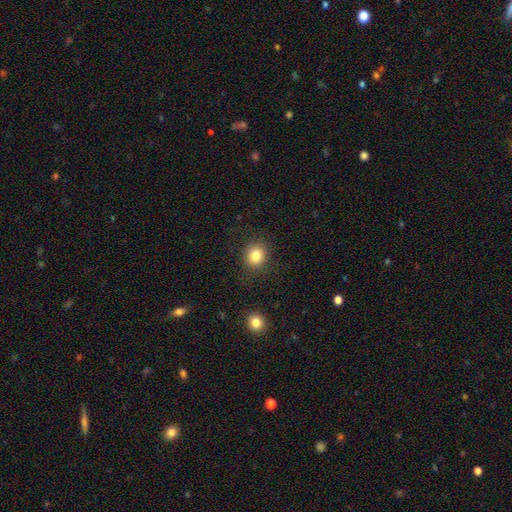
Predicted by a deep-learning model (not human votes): smooth 83%, star or artifact 10%, featured or disk 7%. Down the decision tree: how rounded — round (79%); merging — none (87%).